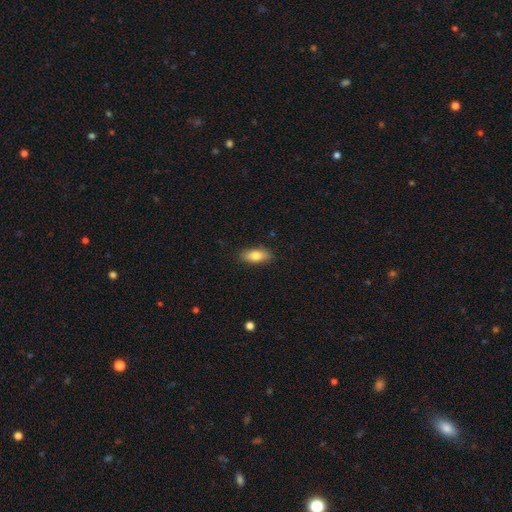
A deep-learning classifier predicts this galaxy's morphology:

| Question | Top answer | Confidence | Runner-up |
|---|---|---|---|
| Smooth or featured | smooth | 79% | featured or disk (14%) |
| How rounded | in between | 84% | cigar-shaped (12%) |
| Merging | none | 87% | minor disturbance (10%) |